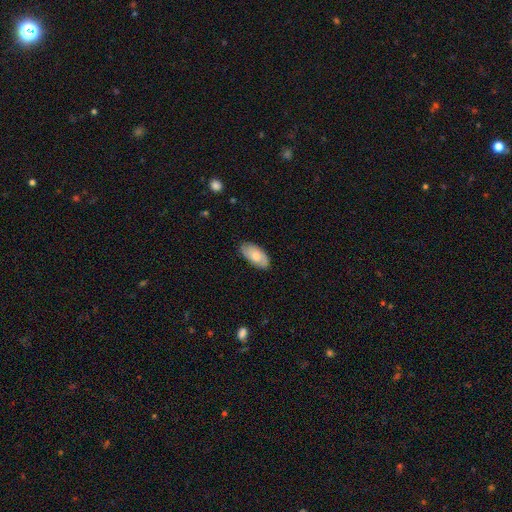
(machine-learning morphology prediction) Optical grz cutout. It shows a smooth galaxy with no disk features (68%) that is in between round and cigar-shaped (93%). Merging: none (82%).